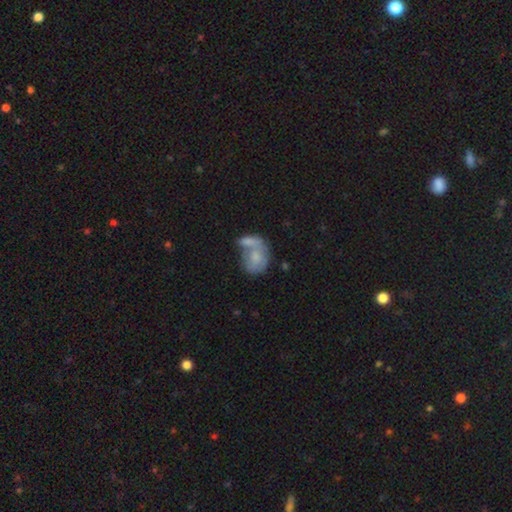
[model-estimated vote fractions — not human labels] smooth_or_featured: smooth (p=0.64) [alt: featured or disk p=0.28]
how_rounded: in between (p=0.57) [alt: round p=0.42]
merging: merger (p=0.52) [alt: none p=0.24]